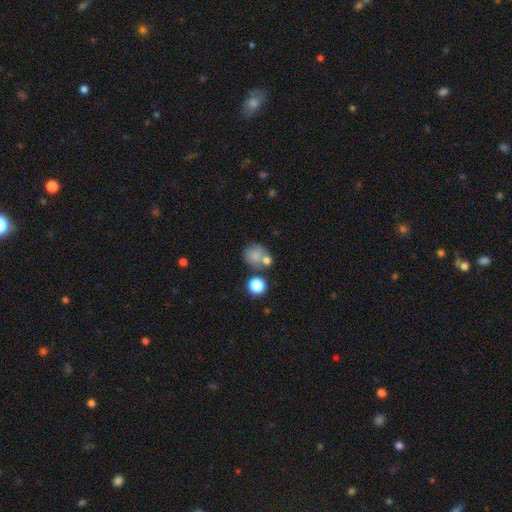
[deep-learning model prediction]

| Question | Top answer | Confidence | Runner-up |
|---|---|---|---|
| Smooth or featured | smooth | 77% | featured or disk (12%) |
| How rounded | round | 74% | in between (25%) |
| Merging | none | 51% | merger (28%) |